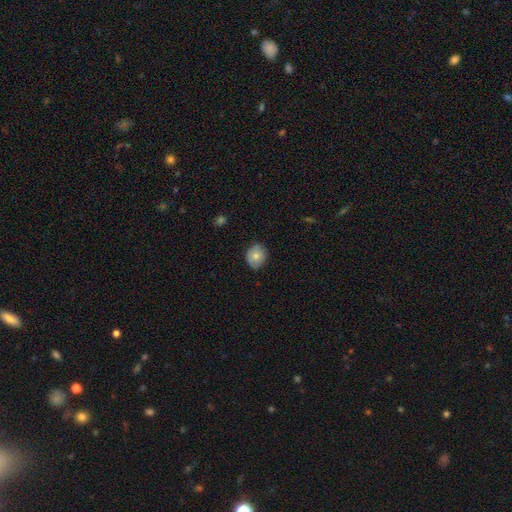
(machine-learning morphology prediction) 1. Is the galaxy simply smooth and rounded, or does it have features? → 74% smooth, 18% featured or disk, 8% star or artifact.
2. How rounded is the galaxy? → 69% round, 30% in between, 1% cigar-shaped.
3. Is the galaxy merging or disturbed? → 79% none, 18% minor disturbance, 3% major disturbance, 1% merger.